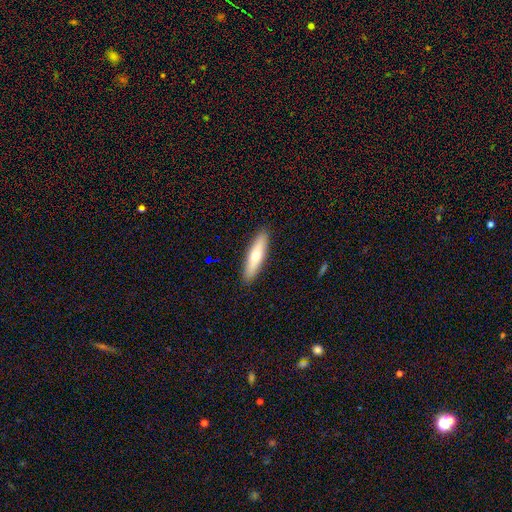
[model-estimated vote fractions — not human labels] Smooth or featured?
  - smooth: 59% *
  - featured or disk: 35%
  - star or artifact: 6%
How rounded?
  - cigar-shaped: 73% *
  - in between: 25%
  - round: 2%
Merging?
  - none: 90% *
  - minor disturbance: 7%
  - major disturbance: 2%
  - merger: 1%